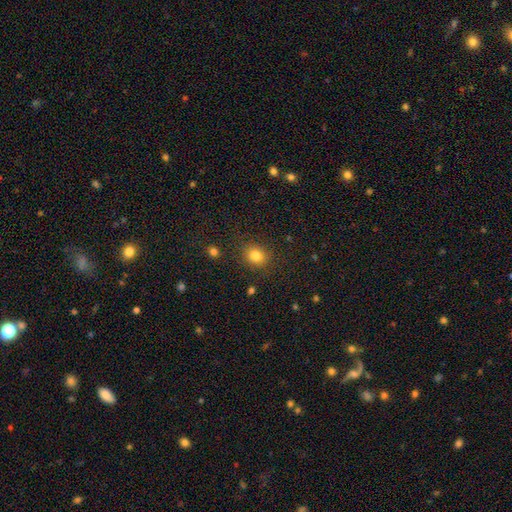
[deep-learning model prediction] Smooth or featured: smooth — 82% (star or artifact — 12%)
How rounded: round — 67% (in between — 32%)
Merging: none — 85% (minor disturbance — 10%)